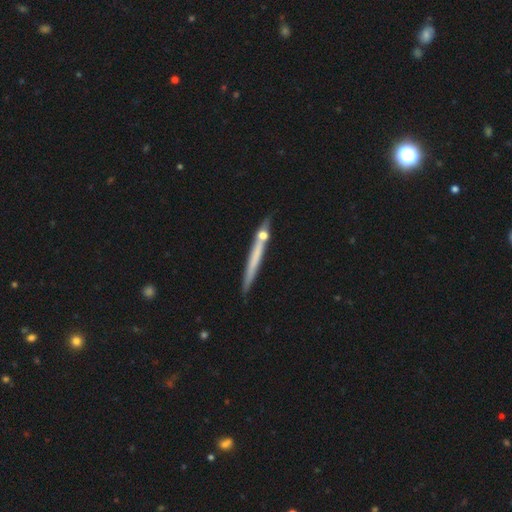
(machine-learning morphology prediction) A smooth galaxy with no disk features (47%).

Vote fractions:
- Smooth or featured? smooth: 47% / featured or disk: 46% / star or artifact: 7%
- Merging? none: 78% / minor disturbance: 12% / merger: 8% / major disturbance: 3%